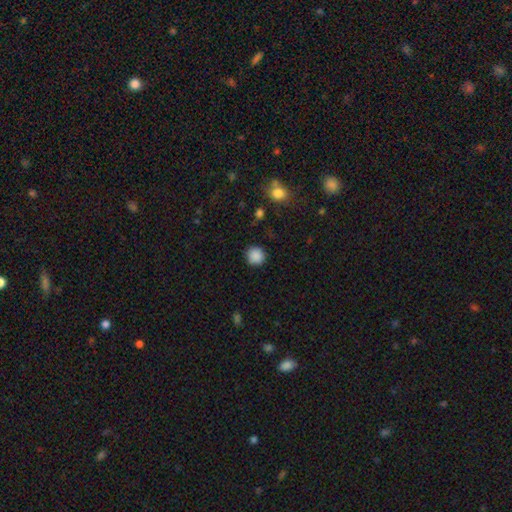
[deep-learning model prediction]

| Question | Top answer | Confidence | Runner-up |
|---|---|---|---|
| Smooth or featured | smooth | 88% | star or artifact (9%) |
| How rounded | round | 91% | in between (8%) |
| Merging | none | 87% | minor disturbance (9%) |